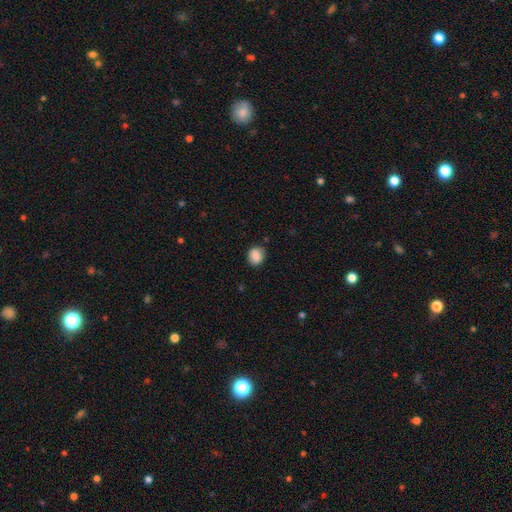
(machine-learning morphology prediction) Smooth or featured?
  - smooth: 84% *
  - featured or disk: 8%
  - star or artifact: 8%
How rounded?
  - round: 64% *
  - in between: 35%
  - cigar-shaped: 1%
Merging?
  - none: 82% *
  - minor disturbance: 13%
  - major disturbance: 3%
  - merger: 2%